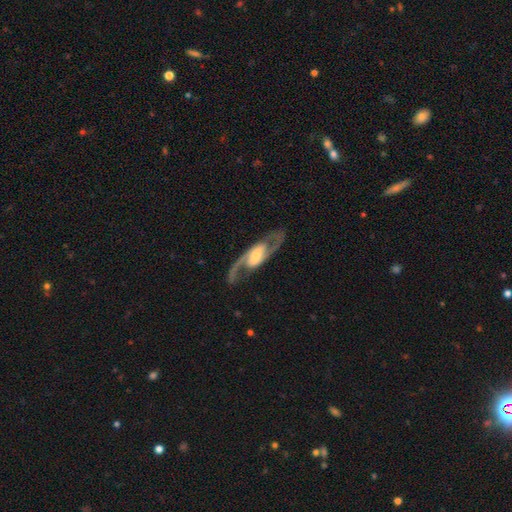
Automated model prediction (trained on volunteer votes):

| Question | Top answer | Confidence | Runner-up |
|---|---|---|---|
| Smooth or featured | featured or disk | 89% | smooth (7%) |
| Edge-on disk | no | 93% | yes (7%) |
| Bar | strong | 40% | weak (38%) |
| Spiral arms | yes | 96% | no (4%) |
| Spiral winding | medium | 55% | loose (31%) |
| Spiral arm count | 2 | 93% | can't tell (2%) |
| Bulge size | moderate | 41% | small (33%) |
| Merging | none | 82% | minor disturbance (10%) |